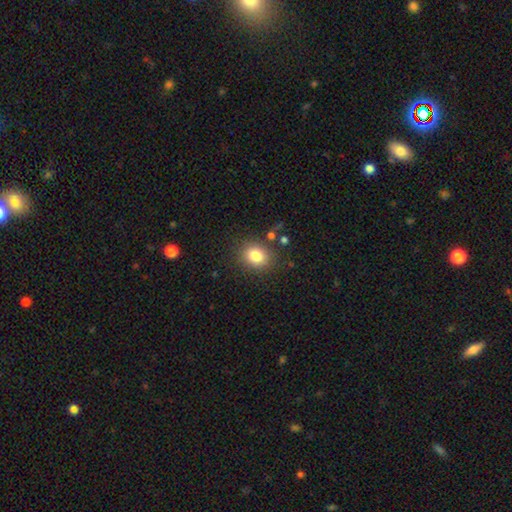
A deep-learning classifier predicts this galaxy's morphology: This is clearly a smooth galaxy (82%). How rounded: likely round (62%). Merging: clearly none (82%).